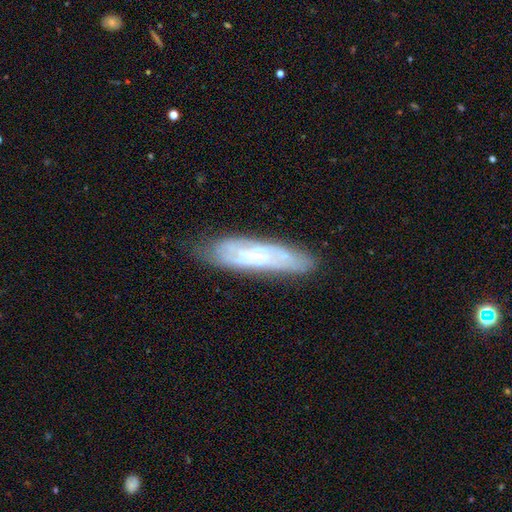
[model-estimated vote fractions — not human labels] Smooth or featured? featured or disk (64%)
Edge-on disk? no (70%)
Merging? none (74%)